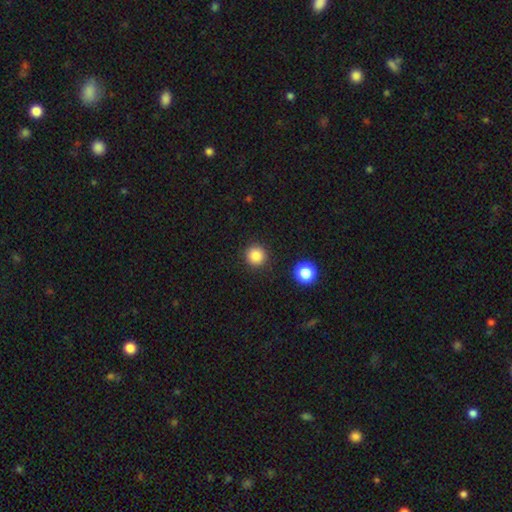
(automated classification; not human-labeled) smooth 85%, star or artifact 11%, featured or disk 4%. Down the decision tree: how rounded — round (95%); merging — none (90%).